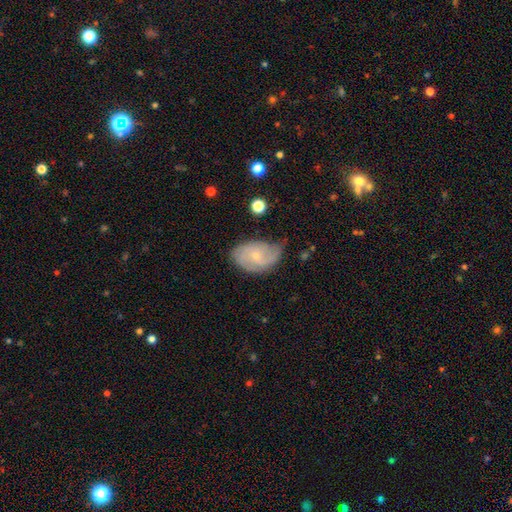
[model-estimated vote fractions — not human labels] Smooth or featured? Predicted: featured or disk (p=0.61). Edge-on disk? Predicted: no (p=0.96). Bar? Predicted: no (p=0.65). Spiral arms? Predicted: yes (p=0.85). Bulge size? Predicted: small (p=0.73). Merging? Predicted: none (p=0.51).